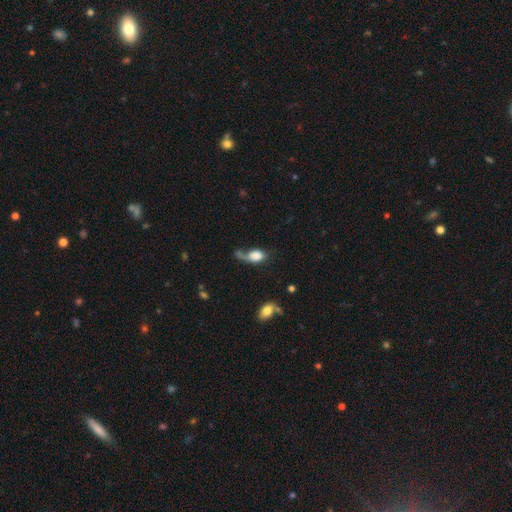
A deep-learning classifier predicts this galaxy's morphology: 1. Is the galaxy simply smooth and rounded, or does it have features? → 72% smooth, 20% featured or disk, 9% star or artifact.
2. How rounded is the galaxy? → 77% in between, 20% round, 3% cigar-shaped.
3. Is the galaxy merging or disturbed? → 35% major disturbance, 29% none, 20% minor disturbance, 16% merger.